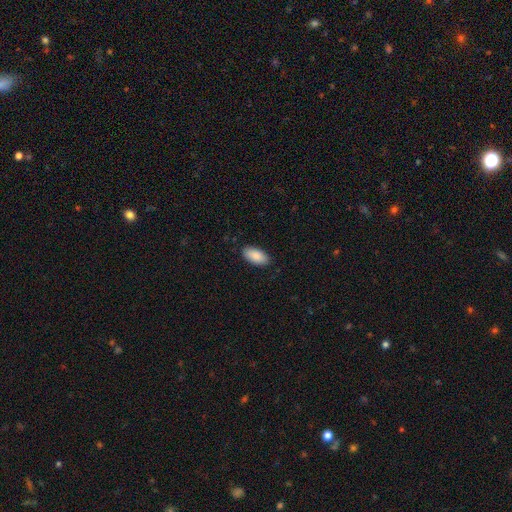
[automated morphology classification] Smooth or featured? smooth (89%)
How rounded? in between (94%)
Merging? none (88%)